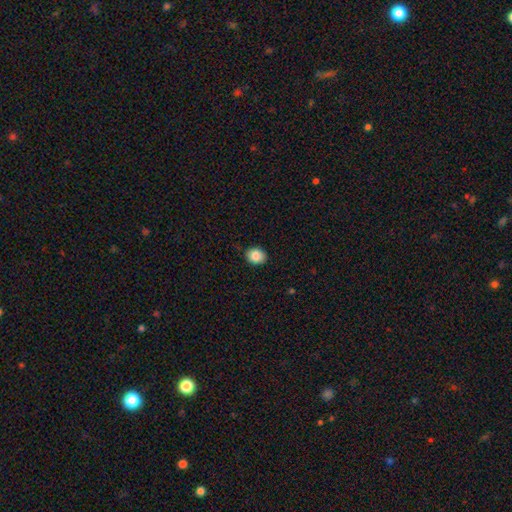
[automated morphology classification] Smooth or featured? smooth (86%)
How rounded? round (57%)
Merging? none (88%)